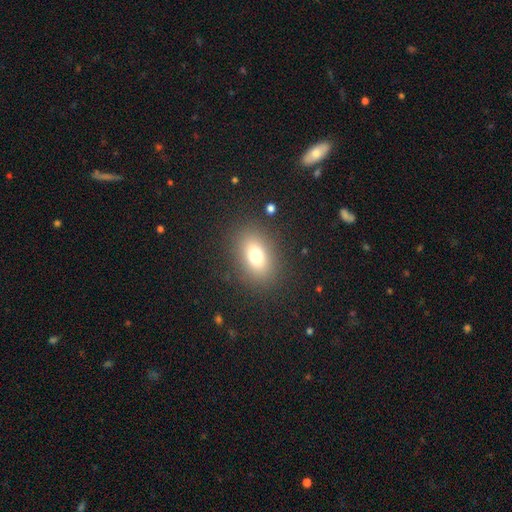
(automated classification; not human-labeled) Smooth or featured? smooth (74%)
How rounded? in between (72%)
Merging? none (85%)